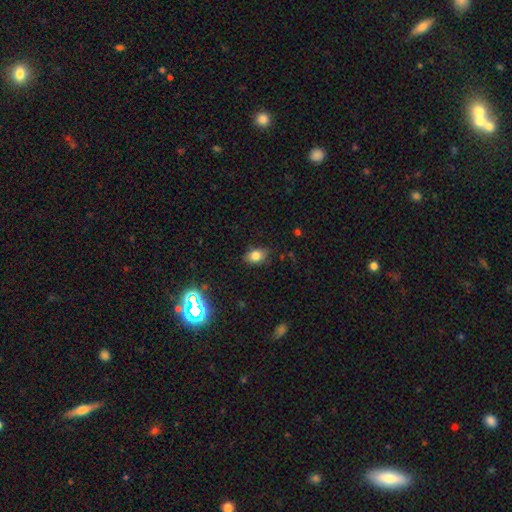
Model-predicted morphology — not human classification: A smooth galaxy with no disk features (79%) that is in between round and cigar-shaped (78%). Merging: none (80%).